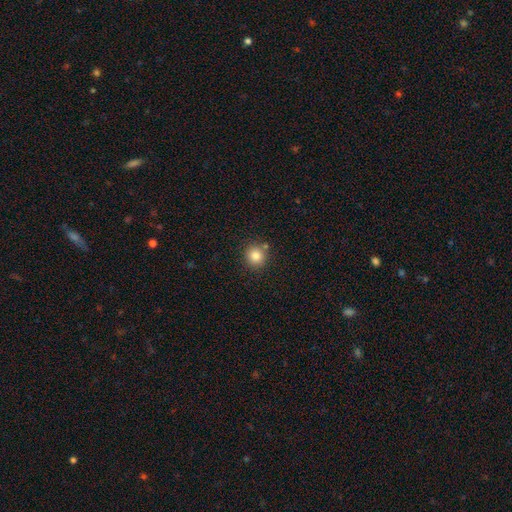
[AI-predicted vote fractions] Smooth or featured: smooth — 83% (star or artifact — 11%)
How rounded: round — 90% (in between — 9%)
Merging: none — 81% (minor disturbance — 9%)